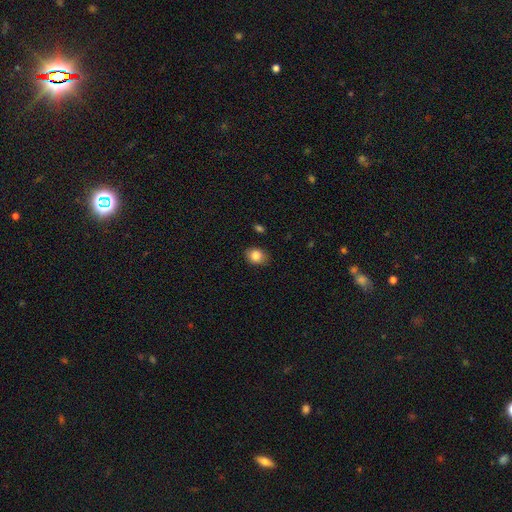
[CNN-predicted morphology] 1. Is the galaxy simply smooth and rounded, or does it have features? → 85% smooth, 9% star or artifact, 6% featured or disk.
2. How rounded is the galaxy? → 51% round, 48% in between, 1% cigar-shaped.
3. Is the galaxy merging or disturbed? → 85% none, 11% minor disturbance, 2% major disturbance, 2% merger.